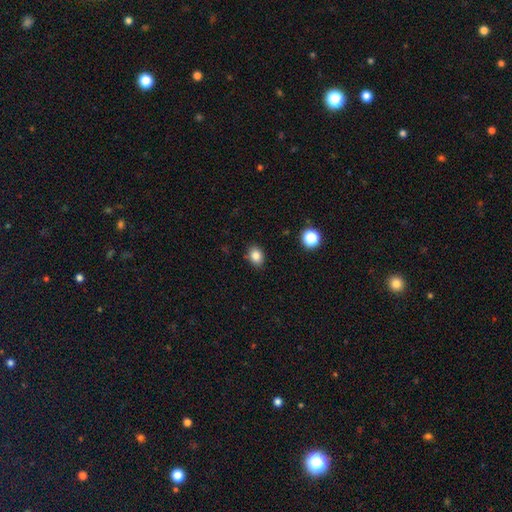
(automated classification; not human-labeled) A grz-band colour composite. It shows a smooth galaxy with no disk features (83%) that is in between round and cigar-shaped (66%). Merging: none (86%).